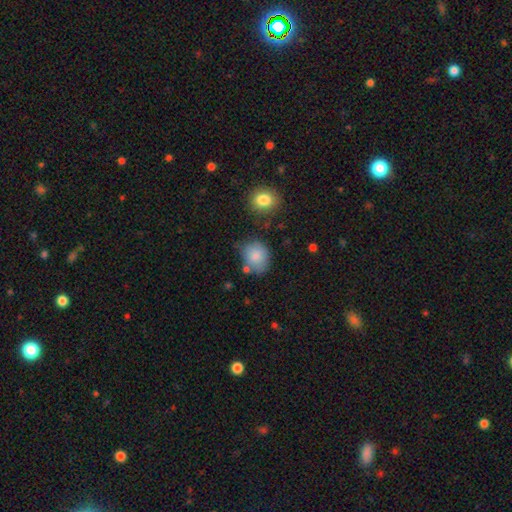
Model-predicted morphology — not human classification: Smooth or featured?
  - smooth: 84% *
  - star or artifact: 8%
  - featured or disk: 8%
How rounded?
  - round: 65% *
  - in between: 34%
  - cigar-shaped: 1%
Merging?
  - none: 64% *
  - minor disturbance: 22%
  - merger: 8%
  - major disturbance: 6%